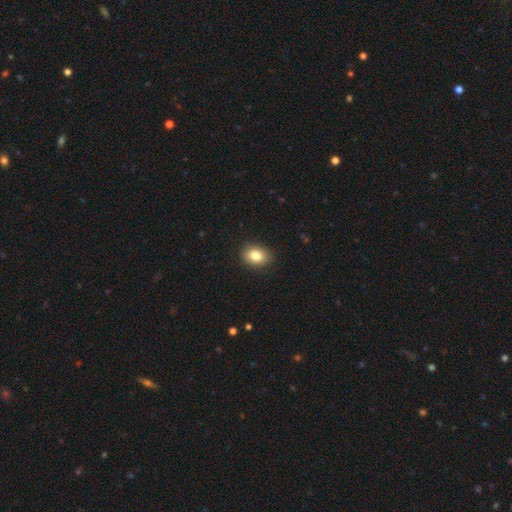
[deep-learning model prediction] Smooth or featured? Predicted: smooth (p=0.84). How rounded? Predicted: in between (p=0.72). Merging? Predicted: none (p=0.88).